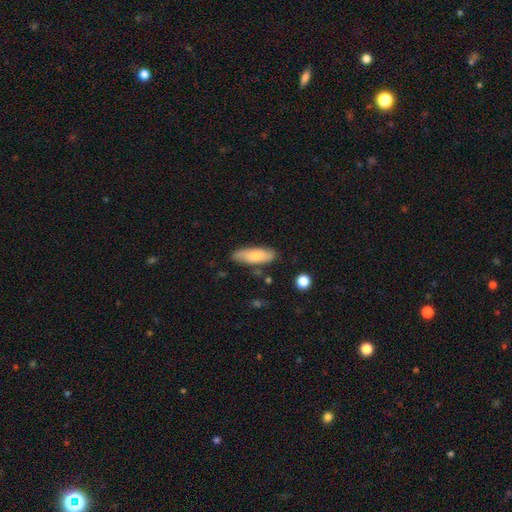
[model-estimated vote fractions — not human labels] Smooth or featured? smooth (77%)
How rounded? in between (62%)
Merging? none (78%)